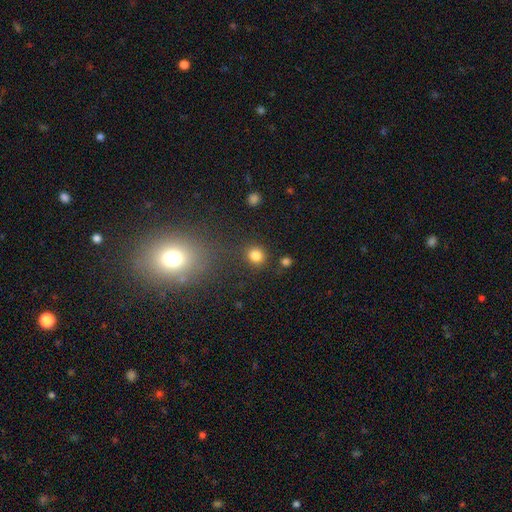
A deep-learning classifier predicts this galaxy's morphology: smooth-or-featured: smooth: 82% | star or artifact: 13% | featured or disk: 5%
  how-rounded: round: 85% | in between: 14% | cigar-shaped: 1%
  merging: none: 84% | minor disturbance: 8% | merger: 4% | major disturbance: 3%